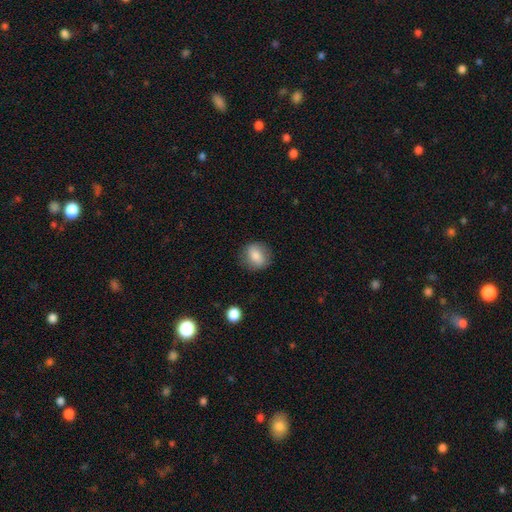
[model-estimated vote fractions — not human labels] This appears to be a smooth galaxy with no disk features (77%) that is round (67%). Merging: none (83%).